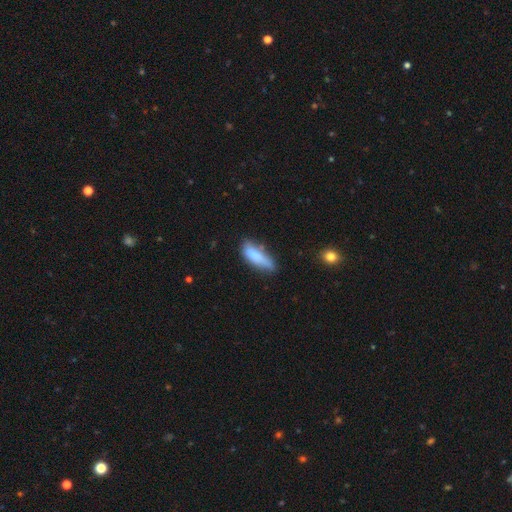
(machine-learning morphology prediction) A smooth galaxy with no disk features (79%) that is in between round and cigar-shaped (55%). Merging: none (48%).